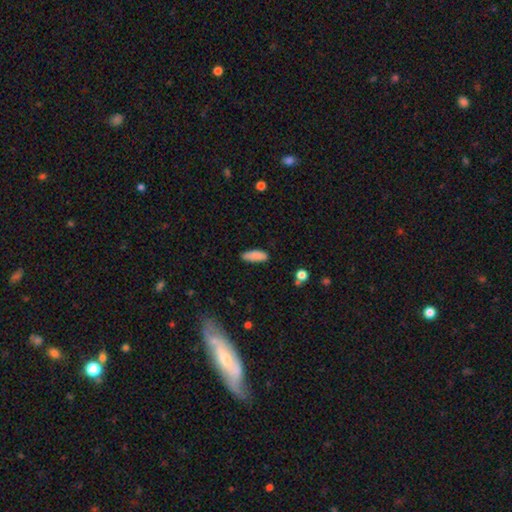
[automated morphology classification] smooth-or-featured: smooth: 88% | star or artifact: 7% | featured or disk: 5%
  how-rounded: in between: 65% | cigar-shaped: 33% | round: 2%
  merging: none: 83% | minor disturbance: 13% | major disturbance: 2% | merger: 2%